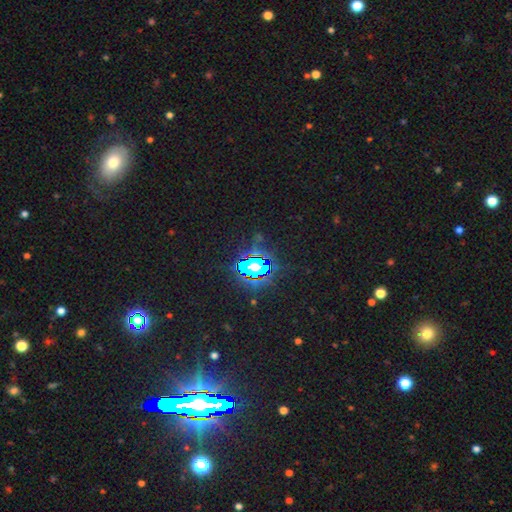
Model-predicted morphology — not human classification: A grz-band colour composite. It shows a star or artifact, not a galaxy (84%).